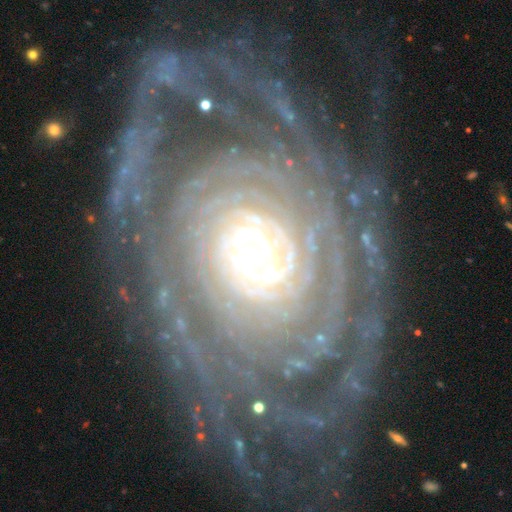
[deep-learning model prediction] A featured or disk galaxy (91%) with no bar (43%), more than 4 (27%) tight (86%) spiral arms (98%) and a moderate central bulge (63%).

Vote fractions:
- Smooth or featured? featured or disk: 91% / star or artifact: 5% / smooth: 4%
- Edge-on disk? no: 97% / yes: 3%
- Bar? no: 43% / weak: 33% / strong: 23%
- Spiral arms? yes: 98% / no: 2%
- Spiral winding? tight: 86% / medium: 11% / loose: 3%
- Spiral arm count? more than 4: 27% / can't tell: 23% / 4: 15% / 2: 13% / 3: 12% / 1: 10%
- Bulge size? moderate: 63% / small: 24% / large: 11% / dominant: 1% / none: 1%
- Merging? none: 75% / minor disturbance: 14% / major disturbance: 8% / merger: 2%